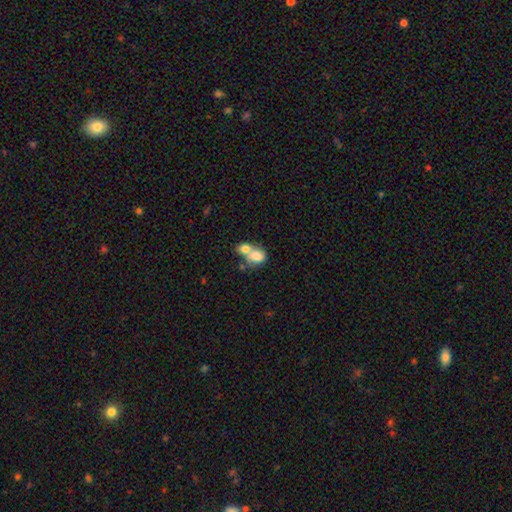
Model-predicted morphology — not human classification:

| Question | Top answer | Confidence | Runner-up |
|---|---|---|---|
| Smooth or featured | smooth | 77% | featured or disk (15%) |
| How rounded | in between | 55% | round (43%) |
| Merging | merger | 68% | none (21%) |